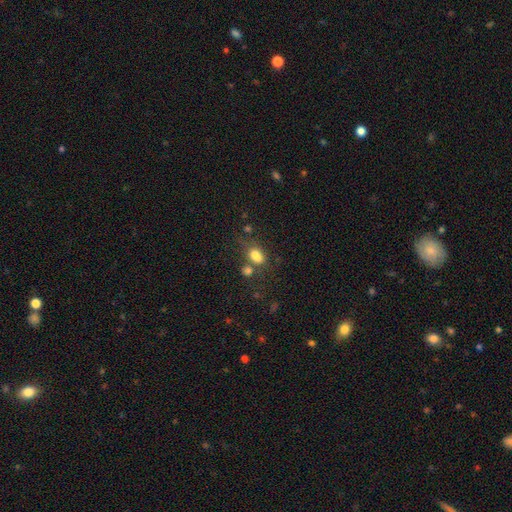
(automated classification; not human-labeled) smooth-or-featured: smooth: 79% | star or artifact: 12% | featured or disk: 9%
  how-rounded: in between: 79% | round: 19% | cigar-shaped: 3%
  merging: none: 43% | merger: 29% | minor disturbance: 18% | major disturbance: 10%